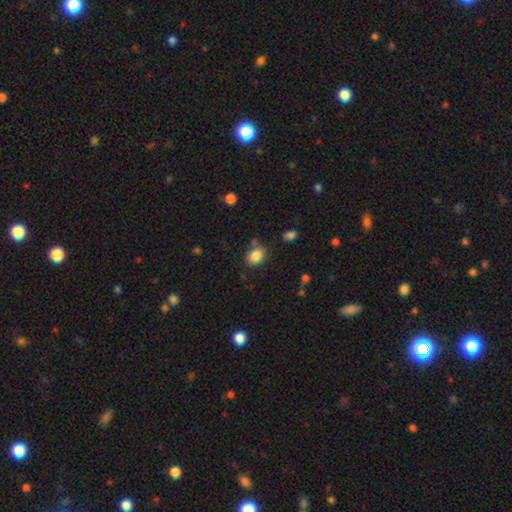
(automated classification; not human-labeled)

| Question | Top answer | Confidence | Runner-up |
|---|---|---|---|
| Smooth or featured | smooth | 85% | star or artifact (9%) |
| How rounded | in between | 70% | round (29%) |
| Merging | none | 72% | minor disturbance (16%) |